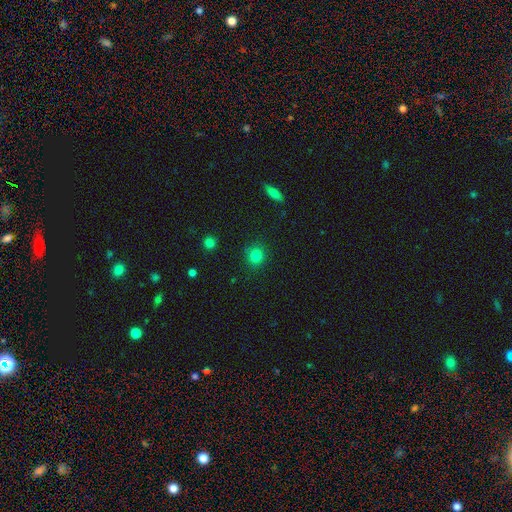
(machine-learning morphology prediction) Smooth or featured: smooth — 82% (star or artifact — 13%)
How rounded: round — 89% (in between — 10%)
Merging: none — 87% (minor disturbance — 9%)